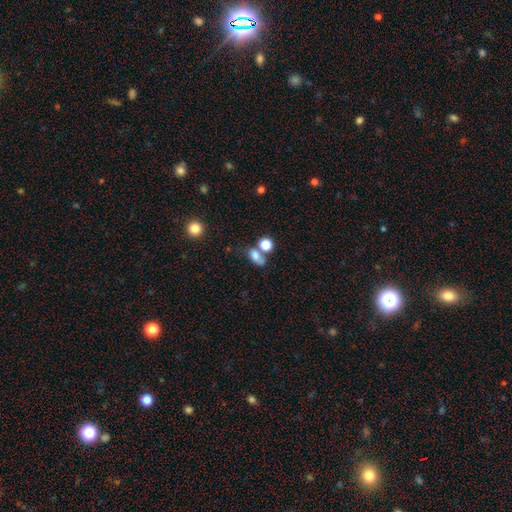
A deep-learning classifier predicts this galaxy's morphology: smooth_or_featured: smooth (p=0.73) [alt: star or artifact p=0.14]
how_rounded: in between (p=0.68) [alt: round p=0.28]
merging: merger (p=0.38) [alt: none p=0.37]